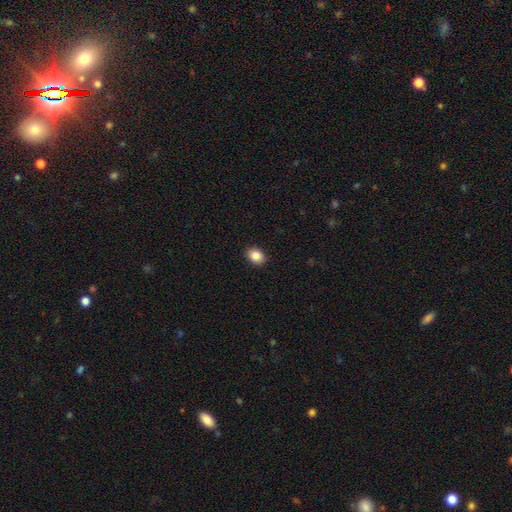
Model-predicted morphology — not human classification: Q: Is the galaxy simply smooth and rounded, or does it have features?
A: smooth — 87%.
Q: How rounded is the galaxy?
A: in between — 60%.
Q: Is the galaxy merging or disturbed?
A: none — 91%.